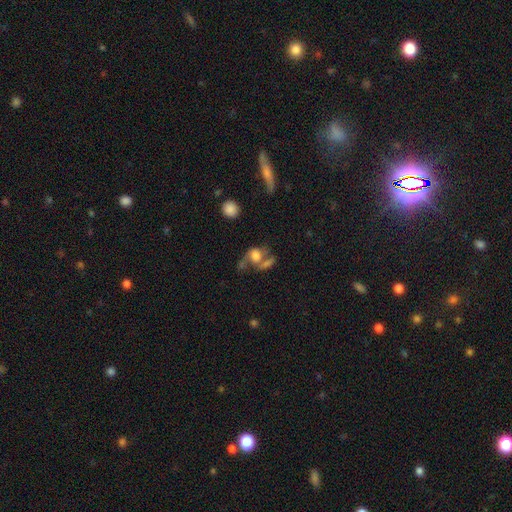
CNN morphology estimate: smooth-or-featured: featured or disk: 45% | smooth: 42% | star or artifact: 13%
  merging: merger: 37% | none: 27% | major disturbance: 22% | minor disturbance: 14%